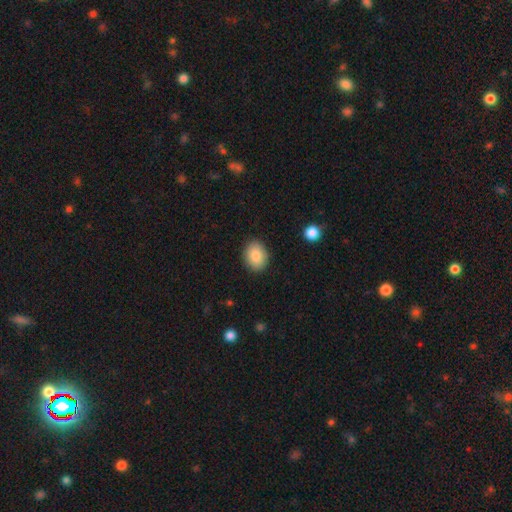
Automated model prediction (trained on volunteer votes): Overall: smooth (86%). How rounded: in between (63%; round 36%). Merging: none (88%).